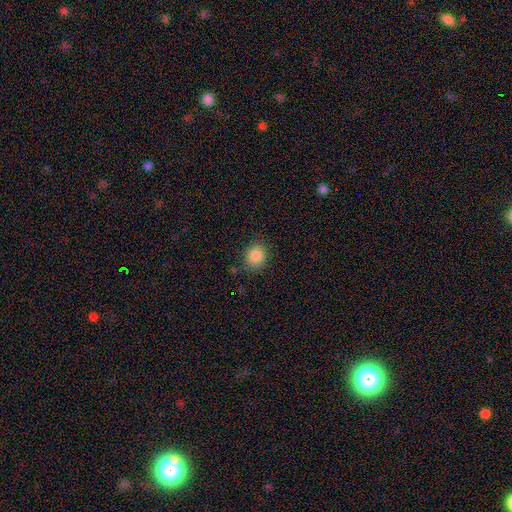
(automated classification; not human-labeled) smooth-or-featured: smooth: 85% | star or artifact: 10% | featured or disk: 5%
  how-rounded: round: 74% | in between: 25% | cigar-shaped: 1%
  merging: none: 86% | minor disturbance: 10% | major disturbance: 3% | merger: 2%